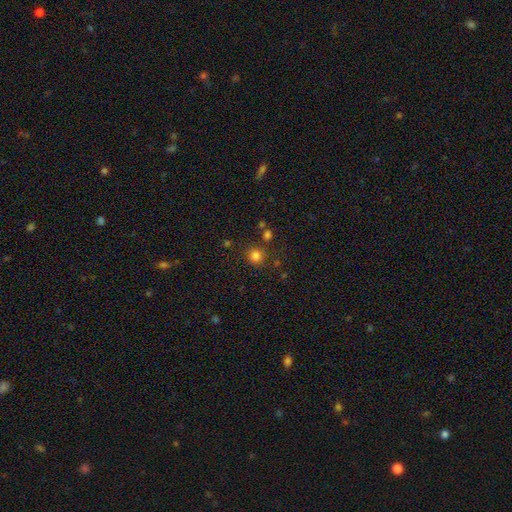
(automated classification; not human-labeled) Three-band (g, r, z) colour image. It shows a smooth galaxy with no disk features (80%) that is round (90%). Merging: none (80%).